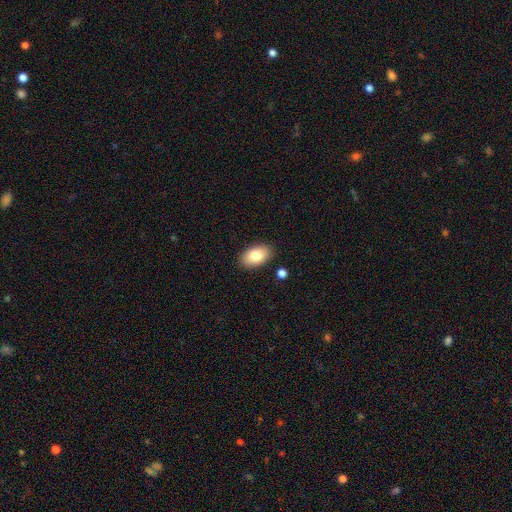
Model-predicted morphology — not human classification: Smooth or featured?
  - smooth: 81% *
  - featured or disk: 12%
  - star or artifact: 7%
How rounded?
  - in between: 93% *
  - round: 6%
  - cigar-shaped: 1%
Merging?
  - none: 87% *
  - minor disturbance: 9%
  - major disturbance: 2%
  - merger: 2%